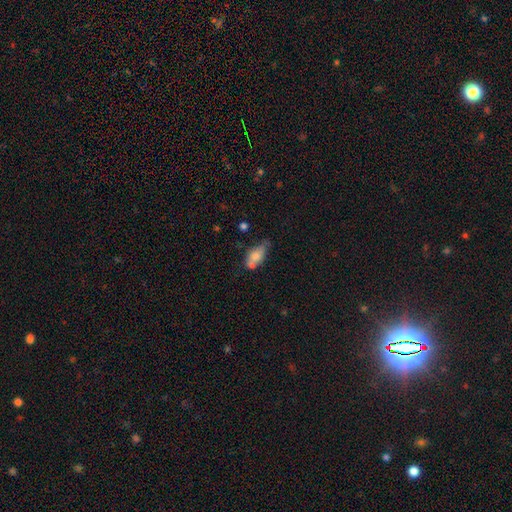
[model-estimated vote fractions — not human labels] Q: Smooth or featured?
A: smooth (71%); runner-up: featured or disk (21%)
Q: How rounded?
A: in between (84%); runner-up: cigar-shaped (11%)
Q: Merging?
A: none (41%); runner-up: minor disturbance (29%)